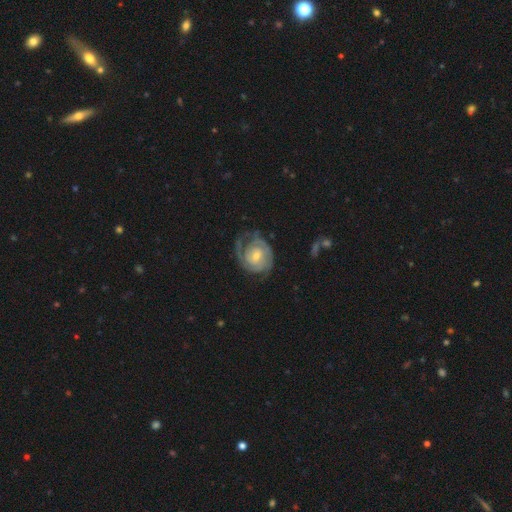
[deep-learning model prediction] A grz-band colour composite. It shows a featured or disk galaxy (85%) with no bar (52%), 2 (51%) tight (67%) spiral arms (95%) and a small central bulge (48%). Merging: none (63%).